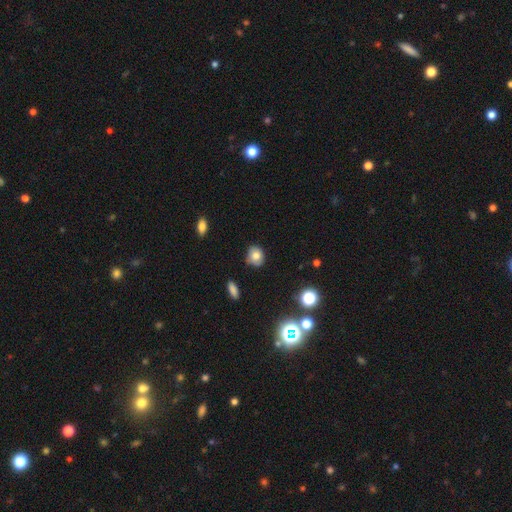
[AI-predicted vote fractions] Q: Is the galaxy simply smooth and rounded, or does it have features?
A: smooth — 78%.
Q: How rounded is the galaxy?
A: round — 69%.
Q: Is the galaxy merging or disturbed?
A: none — 79%.